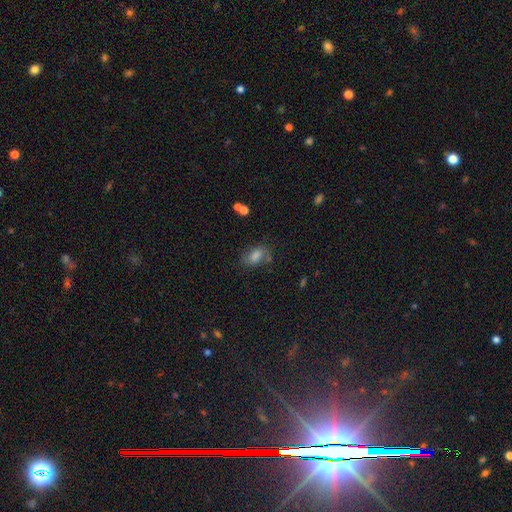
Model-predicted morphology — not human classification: Smooth or featured: smooth — 76% (featured or disk — 13%)
How rounded: in between — 86% (round — 10%)
Merging: none — 61% (minor disturbance — 23%)